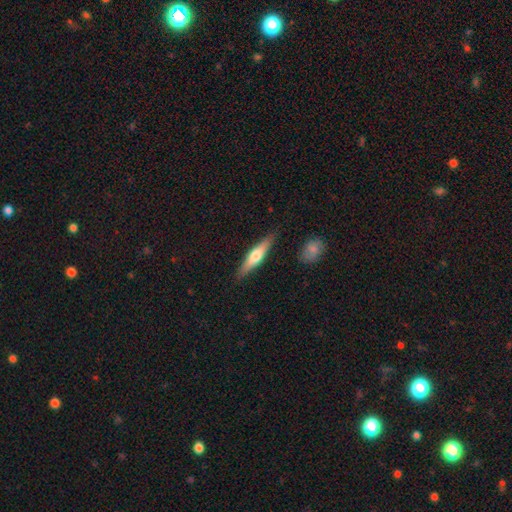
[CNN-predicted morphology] type=smooth (49%); merging=none (88%).